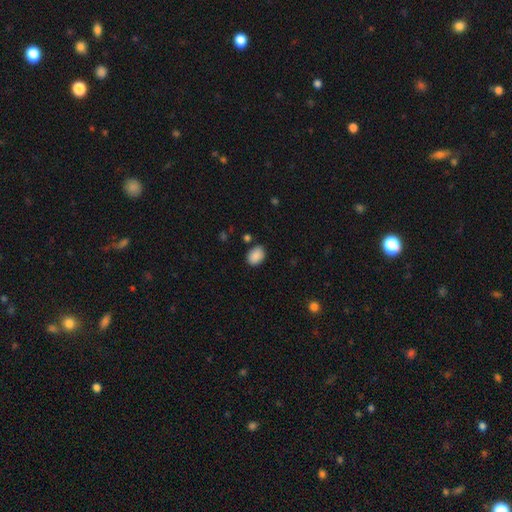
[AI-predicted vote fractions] Smooth or featured?
  - smooth: 88% *
  - star or artifact: 8%
  - featured or disk: 4%
How rounded?
  - in between: 72% *
  - round: 27%
  - cigar-shaped: 1%
Merging?
  - none: 79% *
  - minor disturbance: 14%
  - merger: 4%
  - major disturbance: 3%